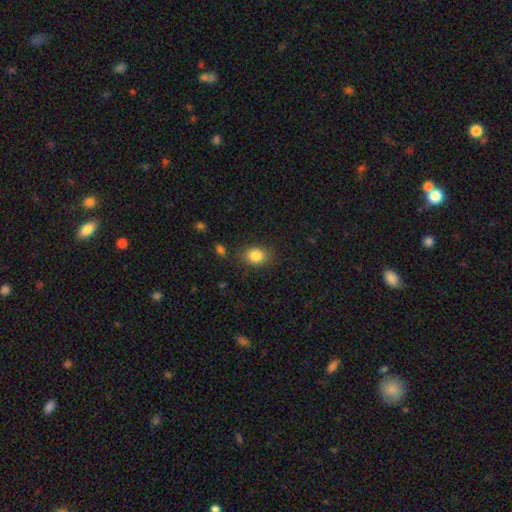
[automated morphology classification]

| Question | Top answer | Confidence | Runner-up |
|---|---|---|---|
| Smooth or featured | smooth | 85% | star or artifact (9%) |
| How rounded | in between | 57% | round (42%) |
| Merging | none | 81% | minor disturbance (13%) |